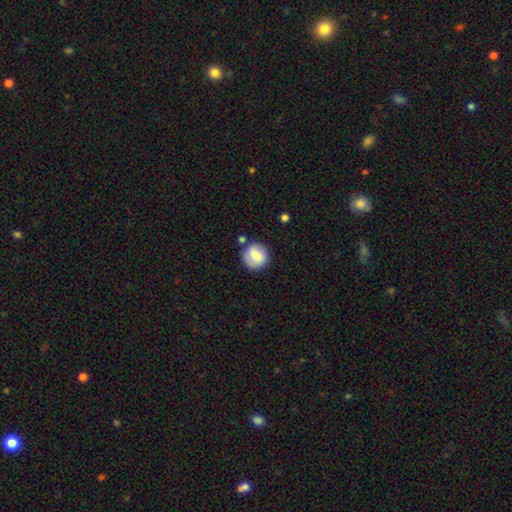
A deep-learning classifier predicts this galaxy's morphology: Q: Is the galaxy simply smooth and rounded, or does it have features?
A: smooth — 68%.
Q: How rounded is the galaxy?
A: round — 90%.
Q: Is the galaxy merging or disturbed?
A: none — 75%.